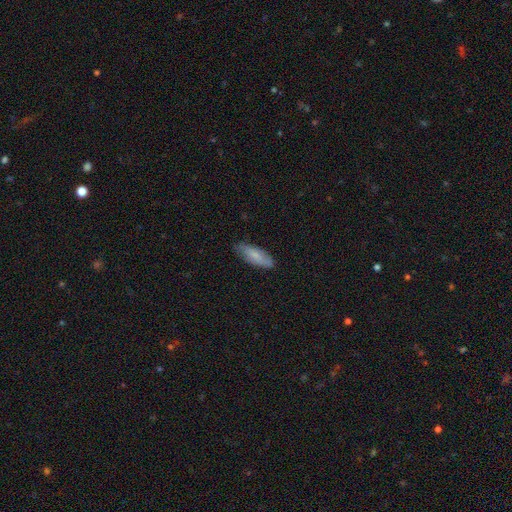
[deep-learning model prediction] Overall: smooth (71%). How rounded: in between (61%; cigar-shaped 37%). Merging: none (81%).